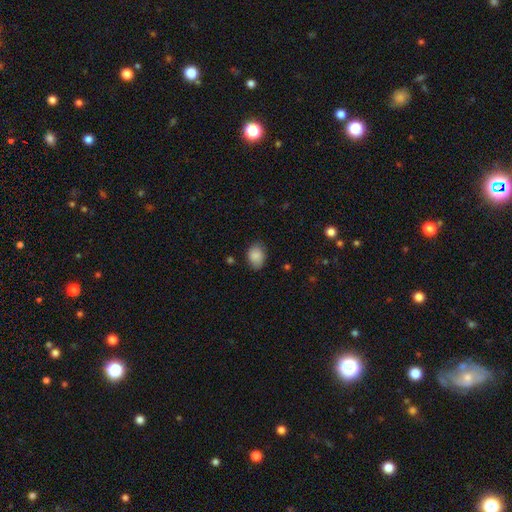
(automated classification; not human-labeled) The model was most divided on "how rounded": in between: 72%, round: 27%, cigar-shaped: 1%. More confident: smooth or featured — smooth (86%); merging — none (75%).